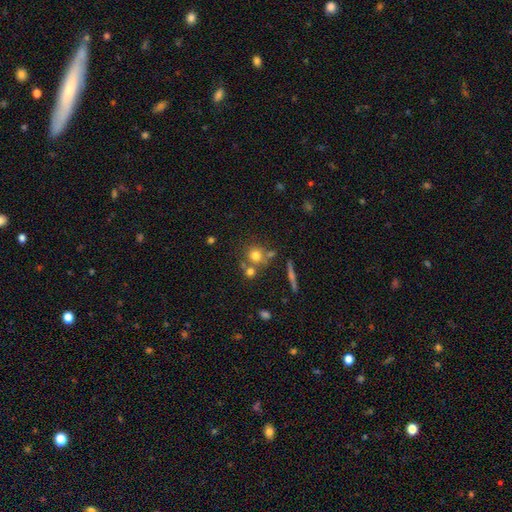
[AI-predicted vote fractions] Q: Smooth or featured?
A: smooth (70%); runner-up: featured or disk (16%)
Q: How rounded?
A: round (86%); runner-up: in between (12%)
Q: Merging?
A: none (57%); runner-up: merger (28%)